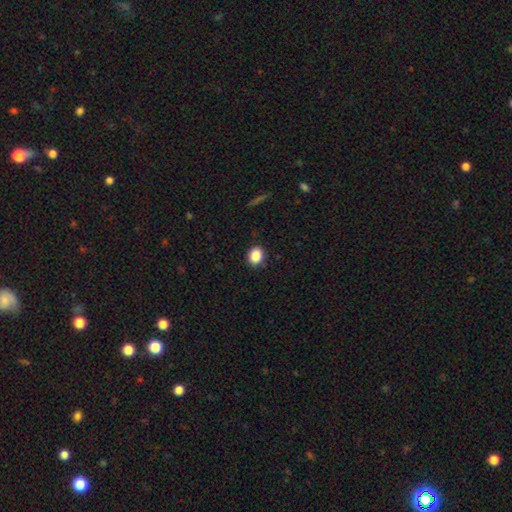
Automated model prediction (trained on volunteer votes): Q: Smooth or featured?
A: smooth (87%); runner-up: star or artifact (9%)
Q: How rounded?
A: round (59%); runner-up: in between (40%)
Q: Merging?
A: none (88%); runner-up: minor disturbance (9%)